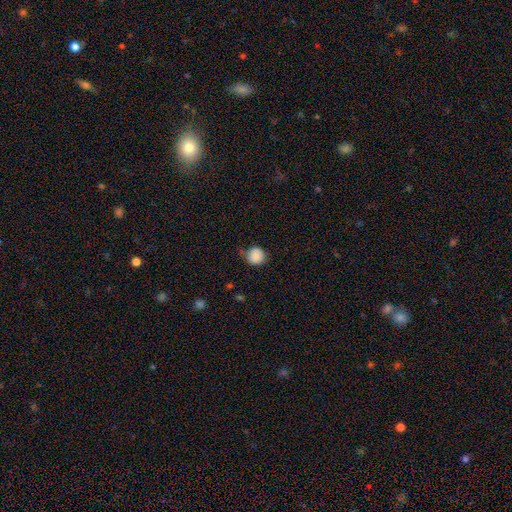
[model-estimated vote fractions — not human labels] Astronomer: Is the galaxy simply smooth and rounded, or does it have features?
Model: smooth — 86%.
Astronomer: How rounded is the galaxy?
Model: round — 91%.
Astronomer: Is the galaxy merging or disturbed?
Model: none — 72%.